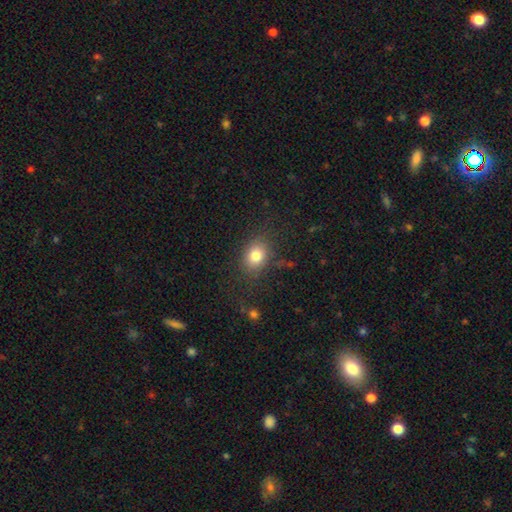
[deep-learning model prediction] Q: Smooth or featured?
A: smooth (79%); runner-up: star or artifact (11%)
Q: How rounded?
A: in between (56%); runner-up: round (43%)
Q: Merging?
A: none (79%); runner-up: minor disturbance (13%)